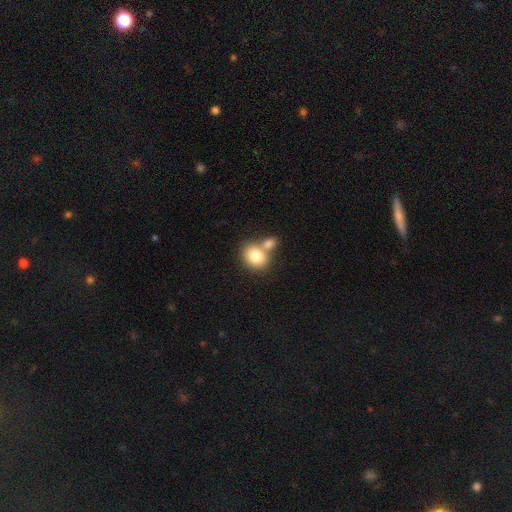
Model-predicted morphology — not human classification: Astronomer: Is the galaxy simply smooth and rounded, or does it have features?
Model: smooth — 79%.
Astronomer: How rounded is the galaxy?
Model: round — 56% (runner-up: in between, 43%).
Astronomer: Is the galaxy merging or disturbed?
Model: none — 45% (runner-up: merger, 42%).